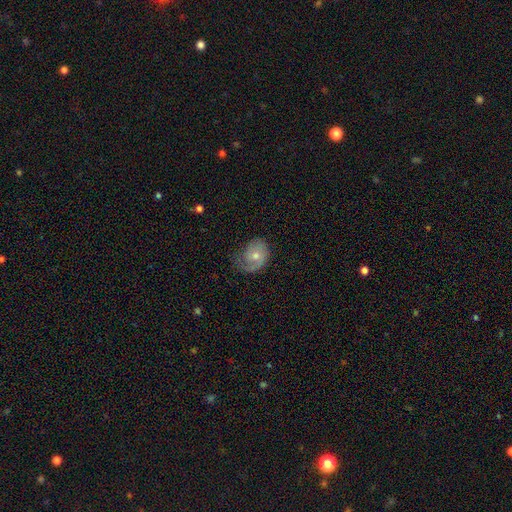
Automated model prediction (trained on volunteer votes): A featured or disk galaxy (67%) with no bar (76%), 1 (48%) tight (44%) spiral arms (88%) and a moderate central bulge (53%). Merging: none (56%).